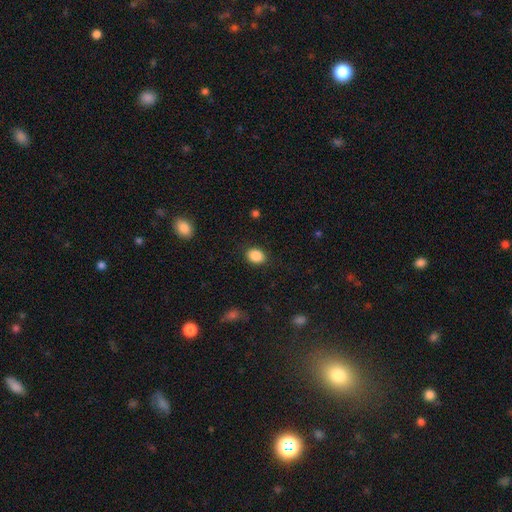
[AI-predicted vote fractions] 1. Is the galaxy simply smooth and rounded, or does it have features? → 88% smooth, 8% star or artifact, 4% featured or disk.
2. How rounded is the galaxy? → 65% in between, 34% round, 1% cigar-shaped.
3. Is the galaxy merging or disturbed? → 86% none, 10% minor disturbance, 3% major disturbance, 1% merger.